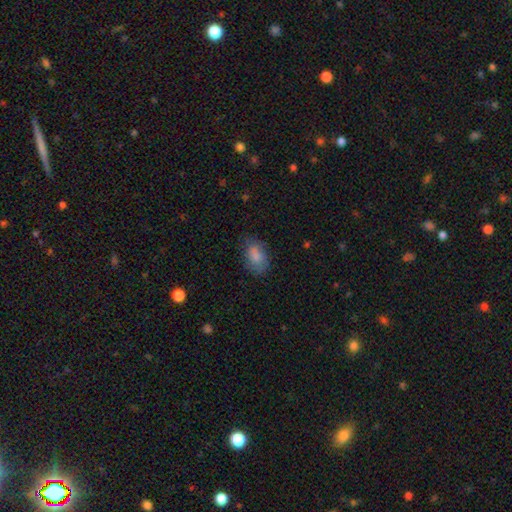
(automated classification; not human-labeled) Morphology: type=smooth (84%); roundness=in between (89%); merging=none (72%).